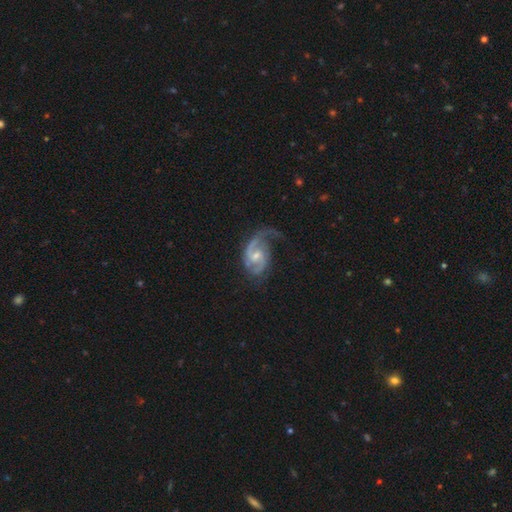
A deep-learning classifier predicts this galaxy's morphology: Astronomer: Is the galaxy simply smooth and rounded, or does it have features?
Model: featured or disk — 88%.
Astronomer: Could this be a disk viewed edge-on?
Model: no — 98%.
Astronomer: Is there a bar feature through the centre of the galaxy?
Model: weak — 51% (runner-up: no, 38%).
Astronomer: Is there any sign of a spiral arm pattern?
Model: yes — 97%.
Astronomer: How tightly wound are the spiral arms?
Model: medium — 49% (runner-up: loose, 35%).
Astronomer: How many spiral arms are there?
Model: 2 — 79%.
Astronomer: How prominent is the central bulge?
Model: small — 50% (runner-up: moderate, 41%).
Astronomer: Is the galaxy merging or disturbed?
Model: none — 49% (runner-up: major disturbance, 25%).